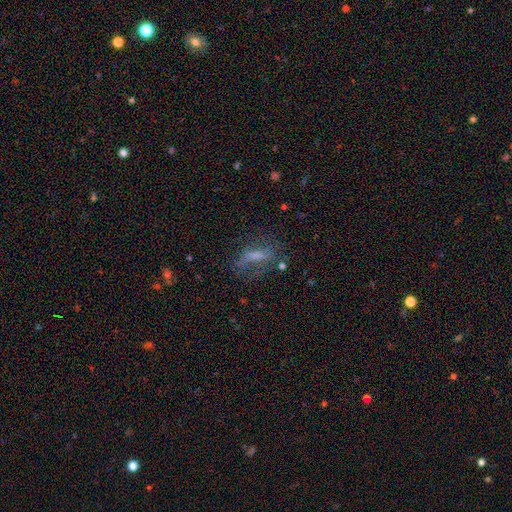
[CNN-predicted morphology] Smooth or featured: smooth — 44% (featured or disk — 40%)
Merging: none — 53% (major disturbance — 23%)